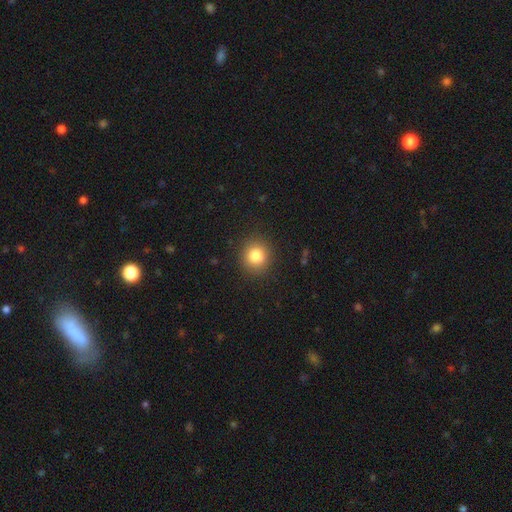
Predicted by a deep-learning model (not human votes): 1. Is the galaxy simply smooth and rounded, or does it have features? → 83% smooth, 11% star or artifact, 6% featured or disk.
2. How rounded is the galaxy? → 88% round, 11% in between, 1% cigar-shaped.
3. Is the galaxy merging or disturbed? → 89% none, 7% minor disturbance, 3% major disturbance, 1% merger.